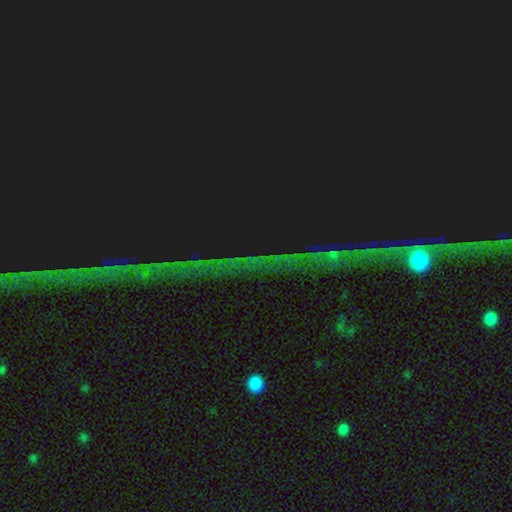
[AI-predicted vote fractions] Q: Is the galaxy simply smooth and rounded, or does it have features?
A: star or artifact — 83%.